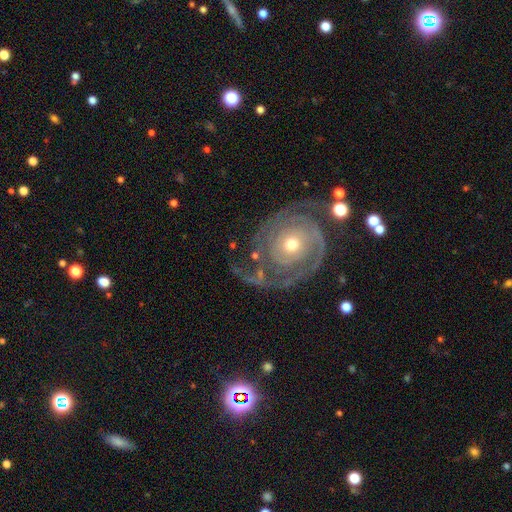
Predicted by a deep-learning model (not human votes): A featured or disk galaxy (89%) with no bar (81%), 2 (56%) tight (72%) spiral arms (96%) and a moderate central bulge (54%). Merging: none (65%).